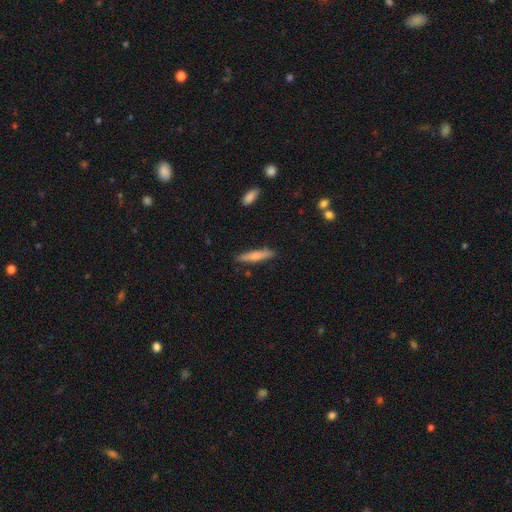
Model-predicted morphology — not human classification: This is likely a smooth galaxy (69%). How rounded: clearly cigar-shaped (88%). Merging: clearly none (87%).